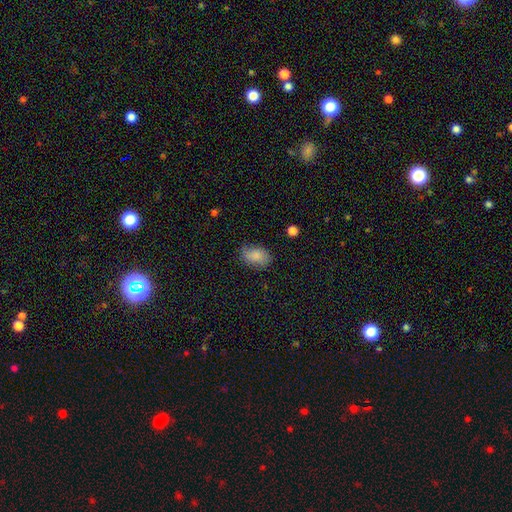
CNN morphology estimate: Smooth or featured?
  - smooth: 82% *
  - featured or disk: 9%
  - star or artifact: 8%
How rounded?
  - in between: 83% *
  - round: 15%
  - cigar-shaped: 1%
Merging?
  - none: 67% *
  - minor disturbance: 25%
  - major disturbance: 6%
  - merger: 2%